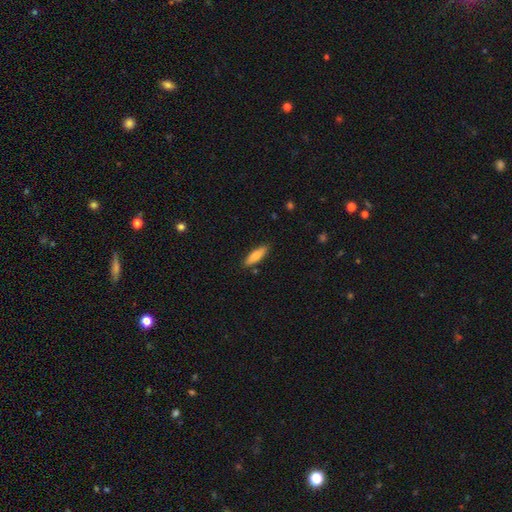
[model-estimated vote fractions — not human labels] The model was most divided on "how rounded": cigar-shaped: 61%, in between: 37%, round: 2%. More confident: merging — none (87%); smooth or featured — smooth (75%).